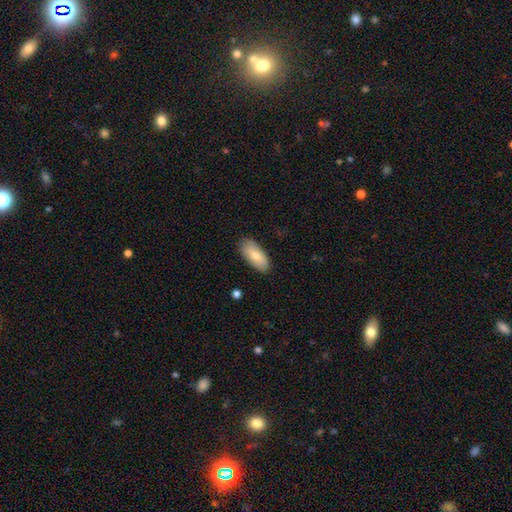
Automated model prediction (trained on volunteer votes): A smooth galaxy with no disk features (80%) that is in between round and cigar-shaped (88%).

Vote fractions:
- Smooth or featured? smooth: 80% / featured or disk: 14% / star or artifact: 6%
- How rounded? in between: 88% / cigar-shaped: 10% / round: 2%
- Merging? none: 85% / minor disturbance: 11% / major disturbance: 2% / merger: 1%